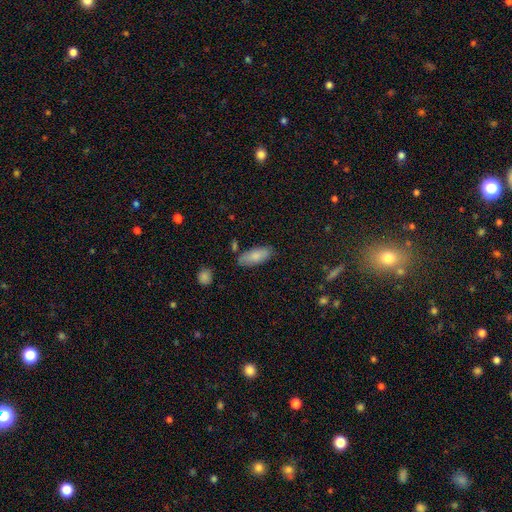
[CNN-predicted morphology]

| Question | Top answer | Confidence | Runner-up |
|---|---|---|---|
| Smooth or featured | smooth | 83% | featured or disk (10%) |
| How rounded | in between | 84% | cigar-shaped (14%) |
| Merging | none | 78% | minor disturbance (15%) |